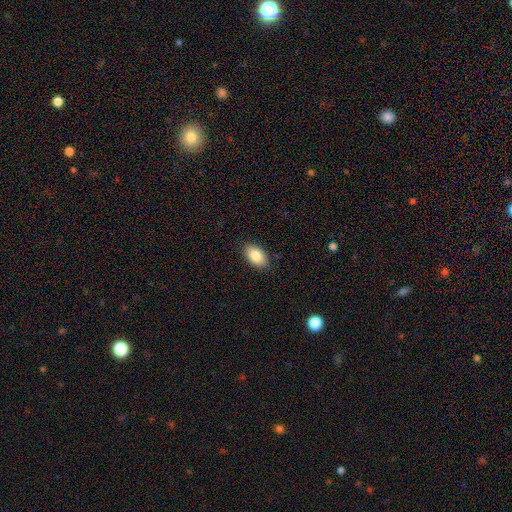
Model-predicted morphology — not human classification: A smooth galaxy with no disk features (86%) that is in between round and cigar-shaped (94%). Merging: none (88%).